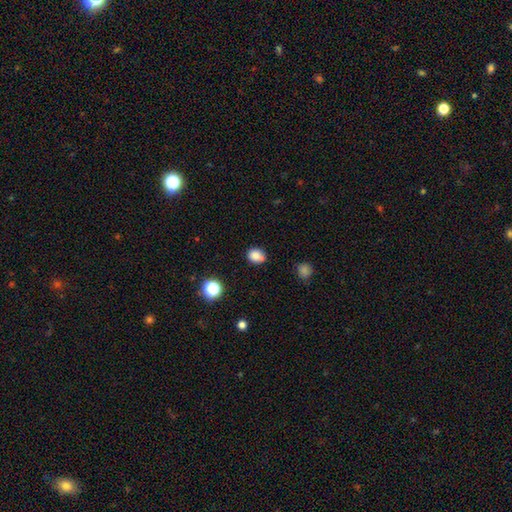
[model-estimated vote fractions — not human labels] smooth-or-featured: smooth: 83% | star or artifact: 12% | featured or disk: 5%
  how-rounded: round: 58% | in between: 42% | cigar-shaped: 1%
  merging: none: 72% | minor disturbance: 18% | merger: 6% | major disturbance: 4%